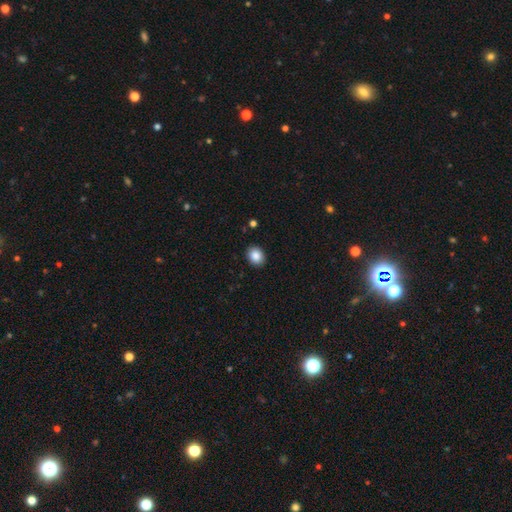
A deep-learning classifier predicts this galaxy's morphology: Smooth or featured? Predicted: smooth (p=0.87). How rounded? Predicted: round (p=0.55). Merging? Predicted: none (p=0.91).